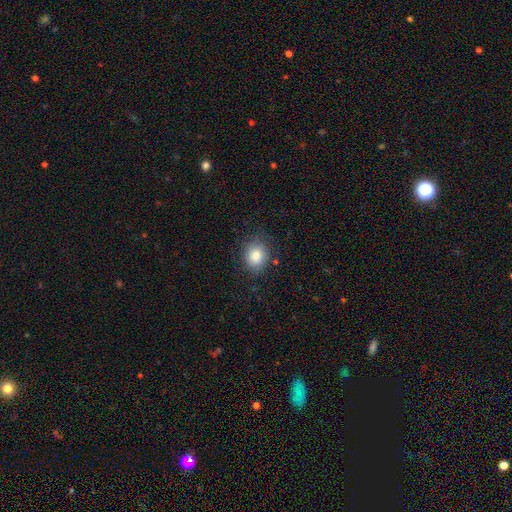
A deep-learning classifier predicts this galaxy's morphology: This appears to be a smooth galaxy with no disk features (85%) that is round (58%). Merging: none (76%).